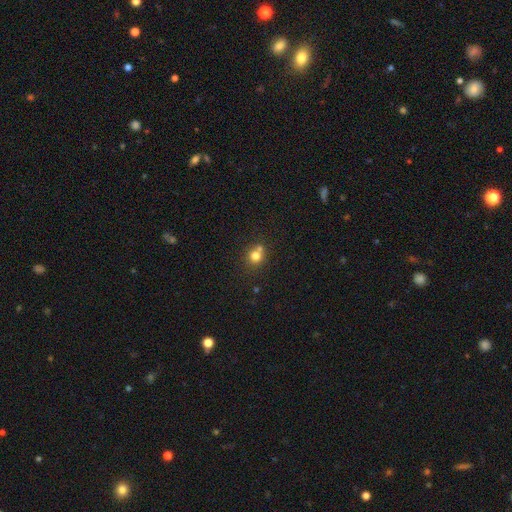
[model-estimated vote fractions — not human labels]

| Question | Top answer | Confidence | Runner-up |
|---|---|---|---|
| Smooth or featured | smooth | 77% | star or artifact (13%) |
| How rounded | round | 85% | in between (14%) |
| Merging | none | 55% | merger (32%) |